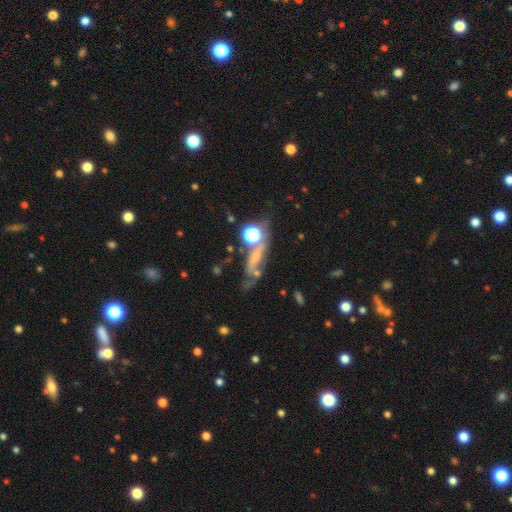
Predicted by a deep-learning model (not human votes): This is possibly a featured or disk galaxy (46%). Merging: possibly none (45%).